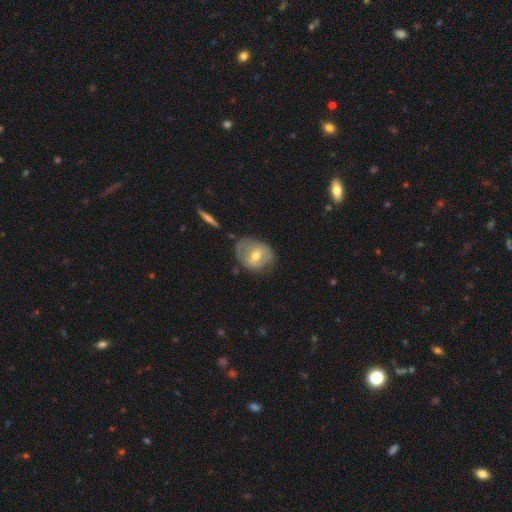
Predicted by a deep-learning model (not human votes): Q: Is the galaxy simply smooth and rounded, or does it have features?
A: featured or disk — 48%.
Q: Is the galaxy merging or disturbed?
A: none — 62%.